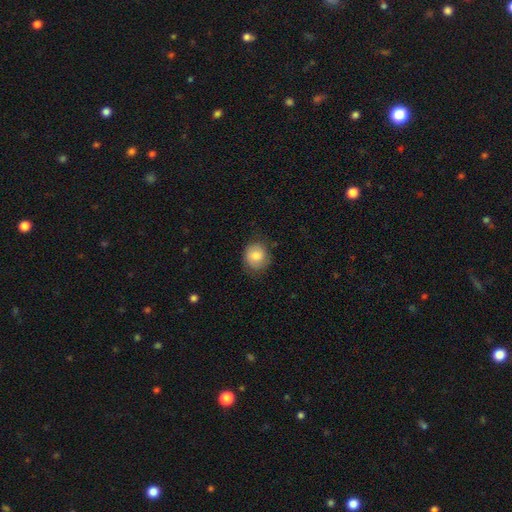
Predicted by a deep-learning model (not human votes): This appears to be a smooth galaxy with no disk features (79%) that is round (80%). Merging: none (75%).